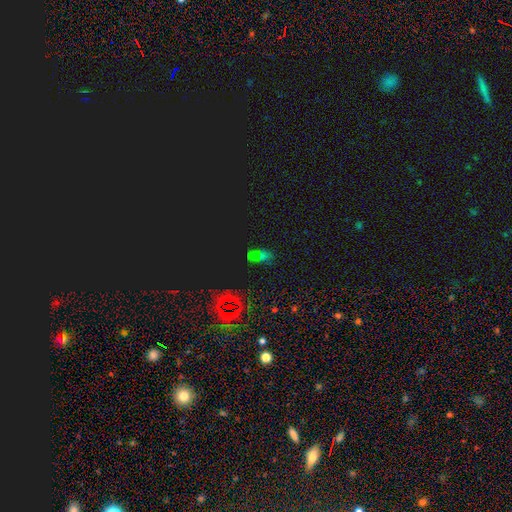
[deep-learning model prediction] Morphology: type=star or artifact (58%).